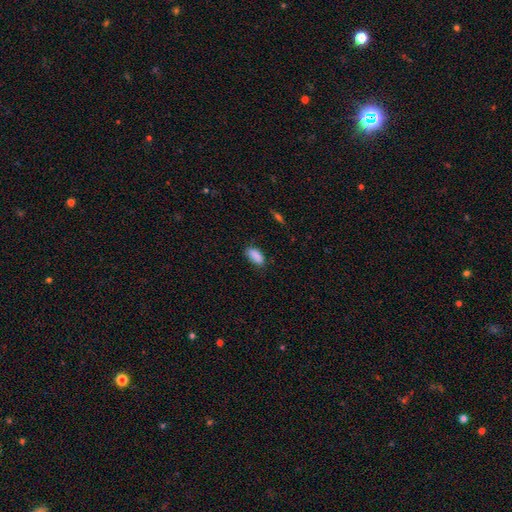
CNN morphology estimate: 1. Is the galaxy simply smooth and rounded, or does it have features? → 89% smooth, 8% star or artifact, 4% featured or disk.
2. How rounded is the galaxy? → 89% in between, 9% cigar-shaped, 3% round.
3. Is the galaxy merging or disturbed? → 78% none, 17% minor disturbance, 3% major disturbance, 1% merger.